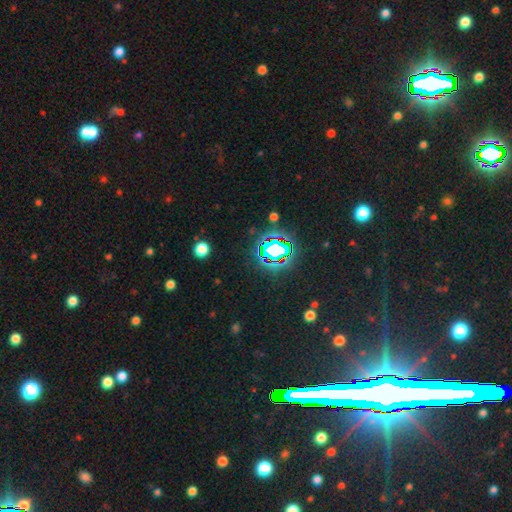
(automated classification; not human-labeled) Smooth or featured? star or artifact (79%)